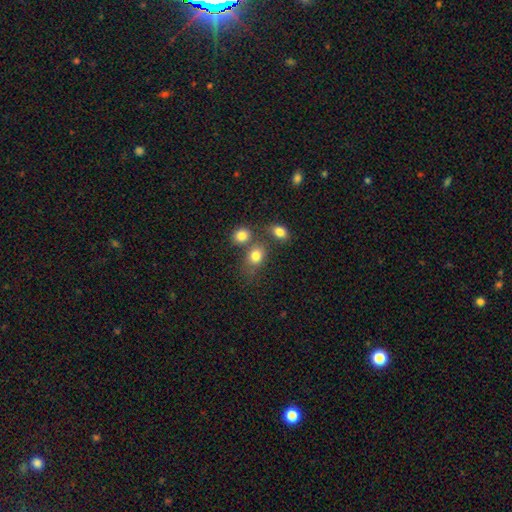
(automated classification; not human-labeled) This appears to be a smooth galaxy with no disk features (80%) that is round (51%). Merging: none (51%).